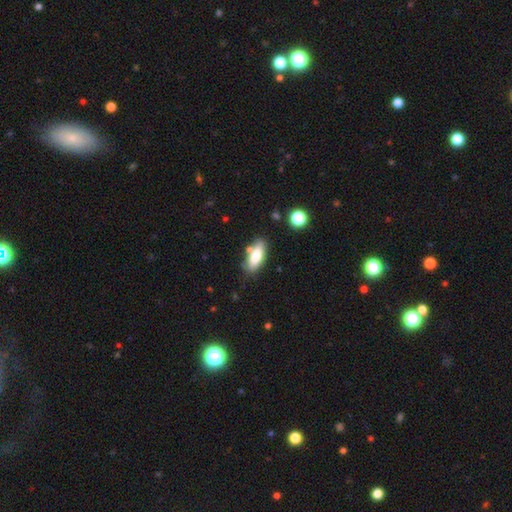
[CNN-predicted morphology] A smooth galaxy with no disk features (76%) that is in between round and cigar-shaped (73%). Merging: none (74%).